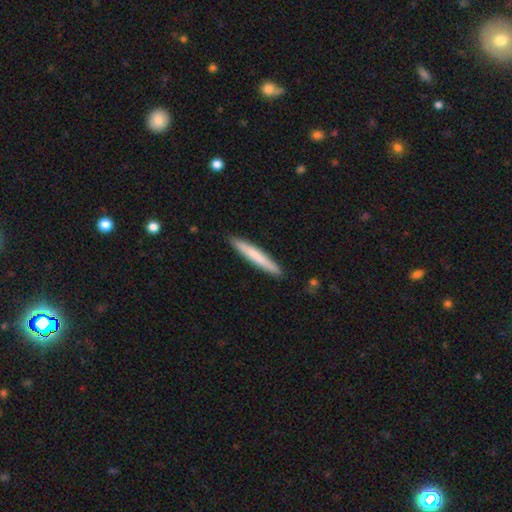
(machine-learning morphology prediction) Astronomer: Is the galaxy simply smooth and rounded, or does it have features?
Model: smooth — 71%.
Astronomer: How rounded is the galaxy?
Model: cigar-shaped — 96%.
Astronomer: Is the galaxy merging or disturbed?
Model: none — 91%.